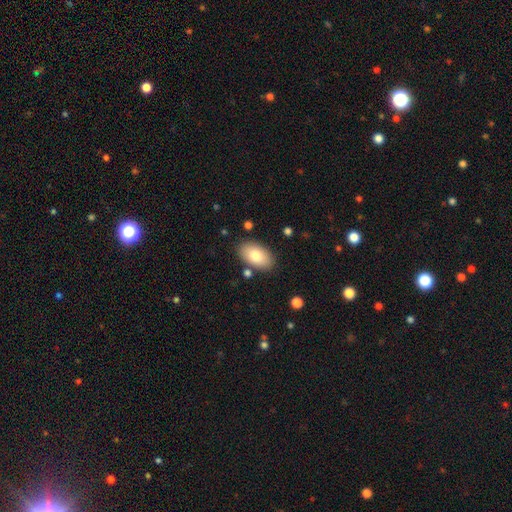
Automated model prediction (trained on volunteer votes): Smooth or featured? smooth (78%)
How rounded? in between (94%)
Merging? none (84%)